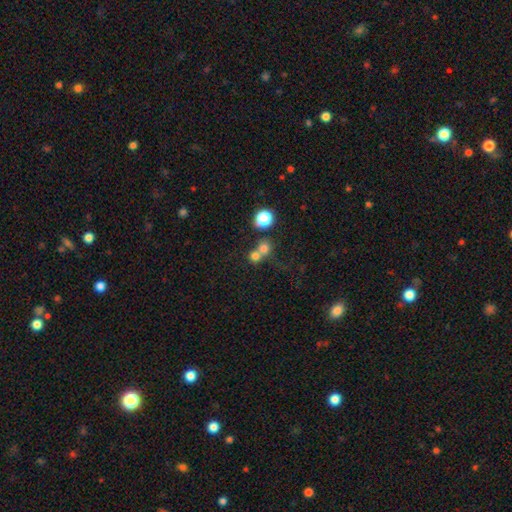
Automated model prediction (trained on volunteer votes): smooth 73%, star or artifact 17%, featured or disk 10%. Down the decision tree: how rounded — round (86%); merging — merger (50%).